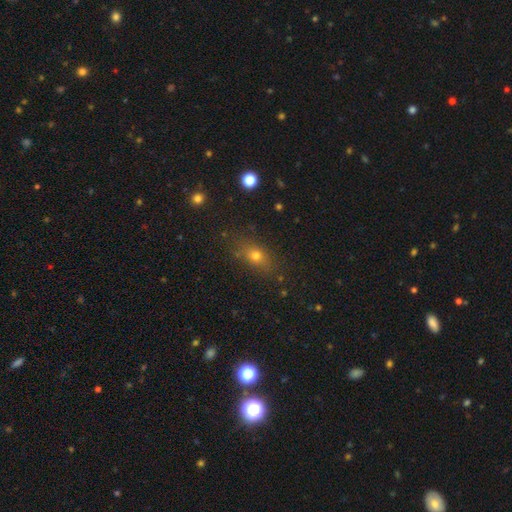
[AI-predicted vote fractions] Smooth or featured? smooth (69%)
How rounded? in between (62%)
Merging? none (79%)